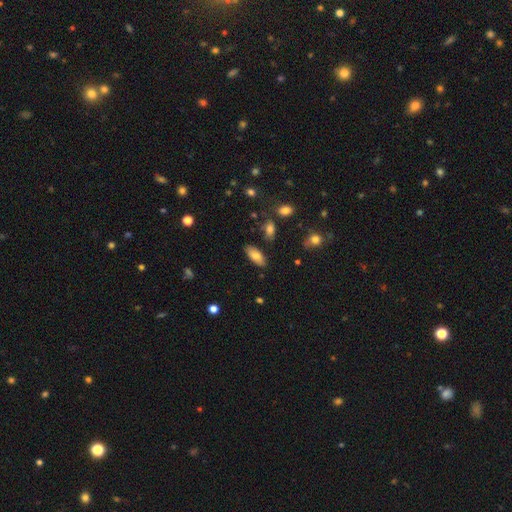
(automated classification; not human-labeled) Smooth or featured? smooth (76%)
How rounded? in between (84%)
Merging? none (84%)